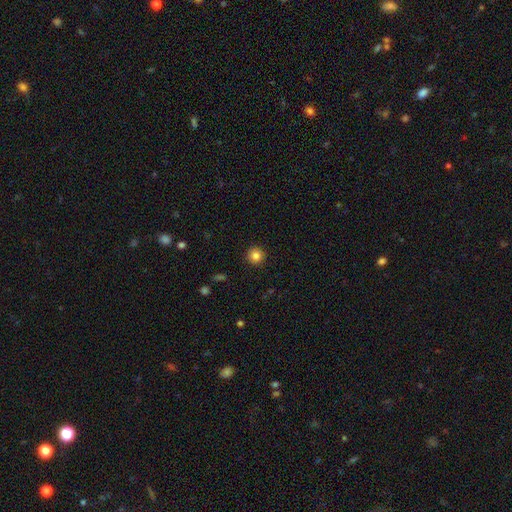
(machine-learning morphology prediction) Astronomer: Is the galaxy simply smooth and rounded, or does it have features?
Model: smooth — 84%.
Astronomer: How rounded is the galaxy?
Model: round — 95%.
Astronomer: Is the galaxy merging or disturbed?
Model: none — 93%.